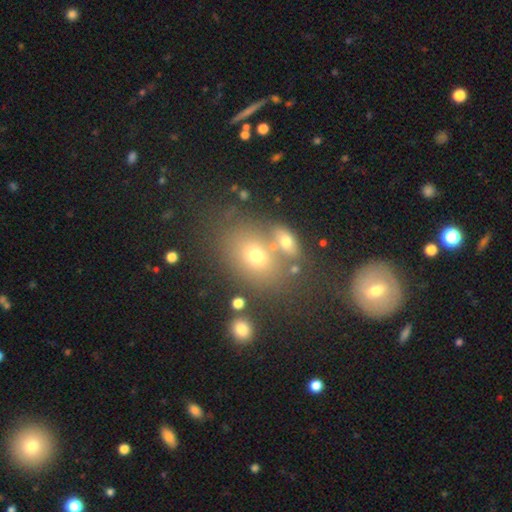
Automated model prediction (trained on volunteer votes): The model was most divided on "how rounded": in between: 60%, round: 38%, cigar-shaped: 2%. More confident: smooth or featured — smooth (60%); merging — none (57%).